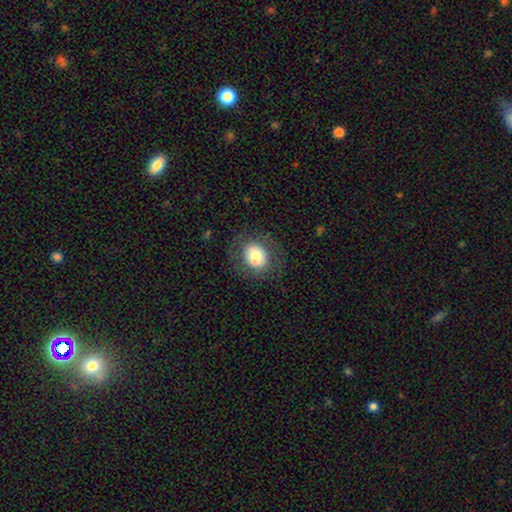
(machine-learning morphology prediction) Smooth or featured? Predicted: smooth (p=0.72). How rounded? Predicted: round (p=0.59). Merging? Predicted: none (p=0.75).